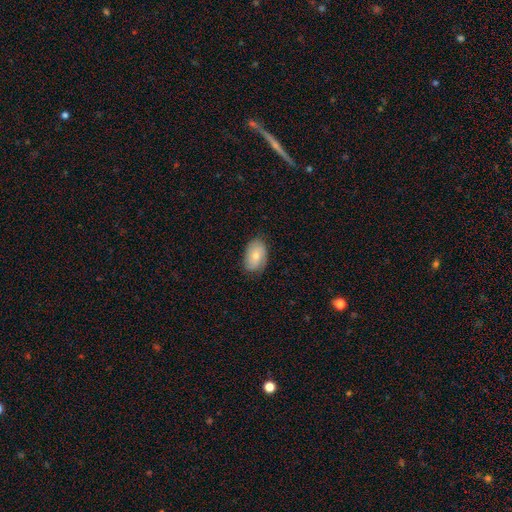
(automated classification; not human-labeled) Smooth or featured? smooth (69%)
How rounded? in between (89%)
Merging? none (77%)